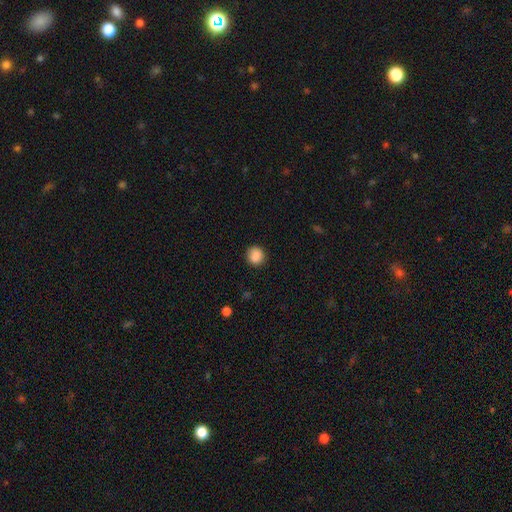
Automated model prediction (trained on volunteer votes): A smooth galaxy with no disk features (88%) that is round (87%).

Vote fractions:
- Smooth or featured? smooth: 88% / star or artifact: 9% / featured or disk: 3%
- How rounded? round: 87% / in between: 12% / cigar-shaped: 1%
- Merging? none: 88% / minor disturbance: 8% / major disturbance: 2% / merger: 1%